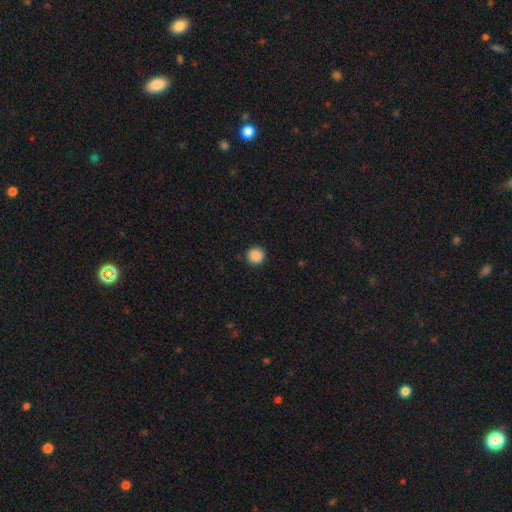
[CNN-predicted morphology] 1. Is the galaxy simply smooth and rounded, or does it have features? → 88% smooth, 9% star or artifact, 2% featured or disk.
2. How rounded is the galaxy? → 96% round, 3% in between, 1% cigar-shaped.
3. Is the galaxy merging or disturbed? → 92% none, 5% minor disturbance, 2% major disturbance, 1% merger.